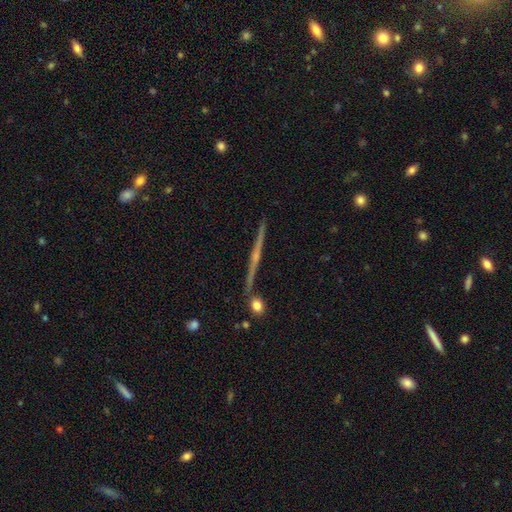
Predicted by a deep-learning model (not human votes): smooth-or-featured: featured or disk: 82% | smooth: 11% | star or artifact: 7%
  disk-edge-on: yes: 98% | no: 2%
    edge-on-bulge: rounded: 69% | none: 23% | boxy: 8%
  merging: none: 87% | minor disturbance: 7% | merger: 4% | major disturbance: 2%